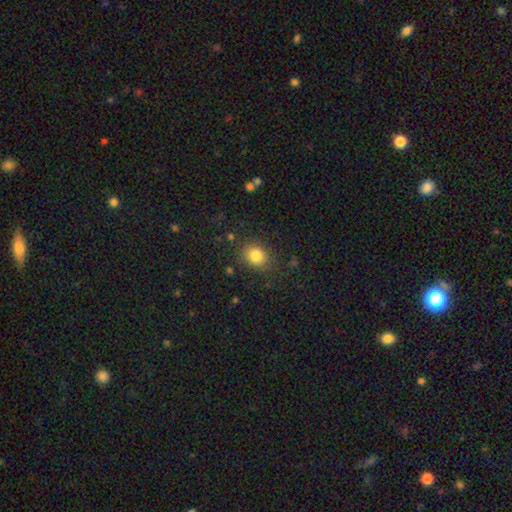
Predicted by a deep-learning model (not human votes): Overall: smooth (83%). How rounded: round (58%; in between 41%). Merging: none (81%).